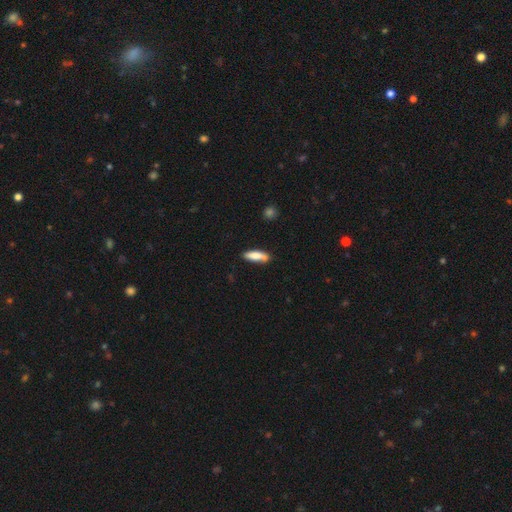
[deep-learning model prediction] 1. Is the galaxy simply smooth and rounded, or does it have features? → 78% smooth, 16% featured or disk, 6% star or artifact.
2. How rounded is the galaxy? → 50% cigar-shaped, 48% in between, 2% round.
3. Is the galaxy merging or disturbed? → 73% none, 19% minor disturbance, 4% merger, 3% major disturbance.